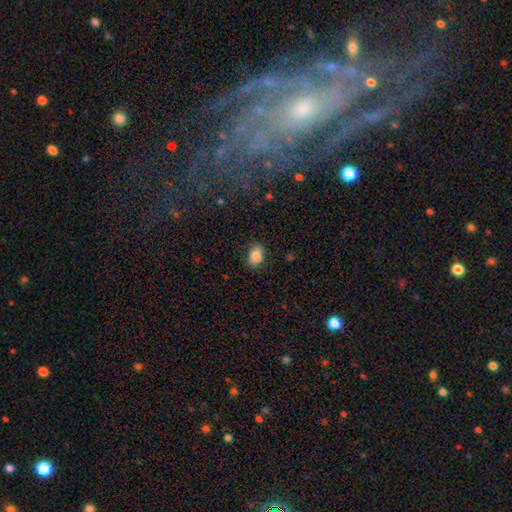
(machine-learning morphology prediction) Smooth or featured? Predicted: smooth (p=0.83). How rounded? Predicted: in between (p=0.82). Merging? Predicted: none (p=0.74).